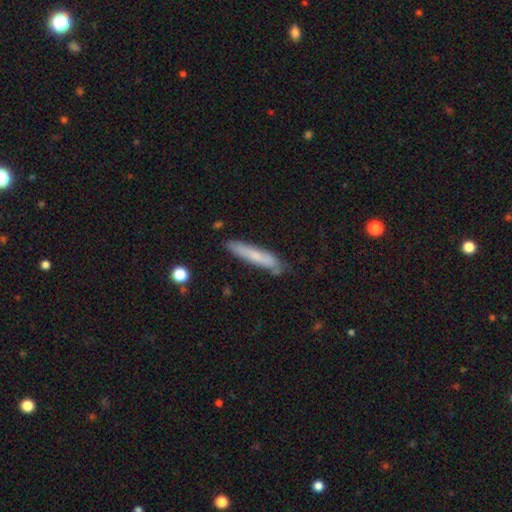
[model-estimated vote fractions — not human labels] Smooth or featured: smooth — 64% (featured or disk — 30%)
How rounded: cigar-shaped — 91% (in between — 8%)
Merging: none — 76% (minor disturbance — 18%)